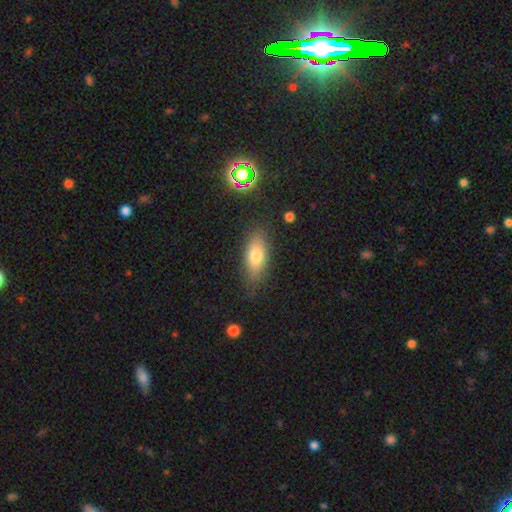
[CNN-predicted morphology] smooth_or_featured: smooth (p=0.74) [alt: featured or disk p=0.17]
how_rounded: in between (p=0.79) [alt: cigar-shaped p=0.17]
merging: none (p=0.79) [alt: minor disturbance p=0.15]